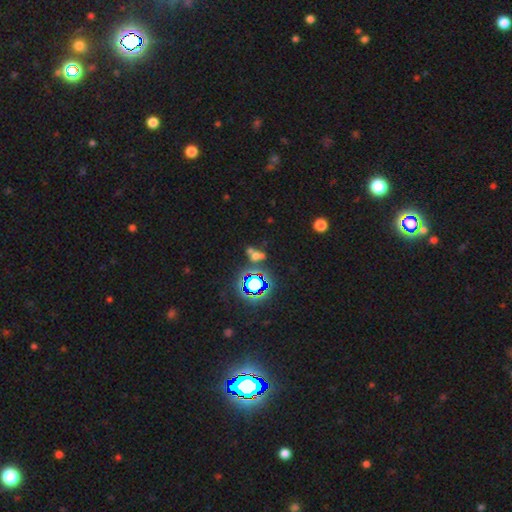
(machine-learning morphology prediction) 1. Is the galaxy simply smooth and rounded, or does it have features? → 49% star or artifact, 34% smooth, 17% featured or disk.